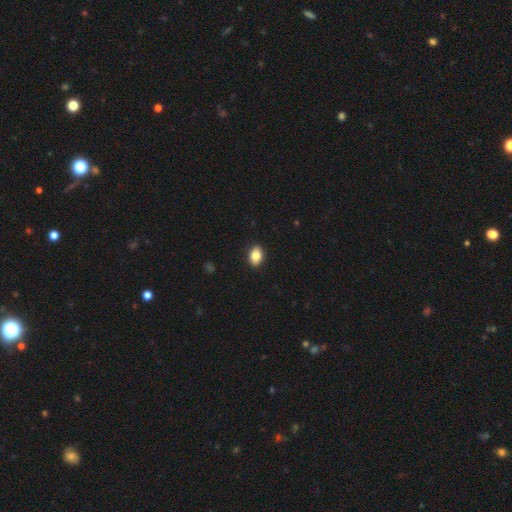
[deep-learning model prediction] smooth 83%, featured or disk 9%, star or artifact 8%. Down the decision tree: how rounded — in between (83%); merging — none (90%).